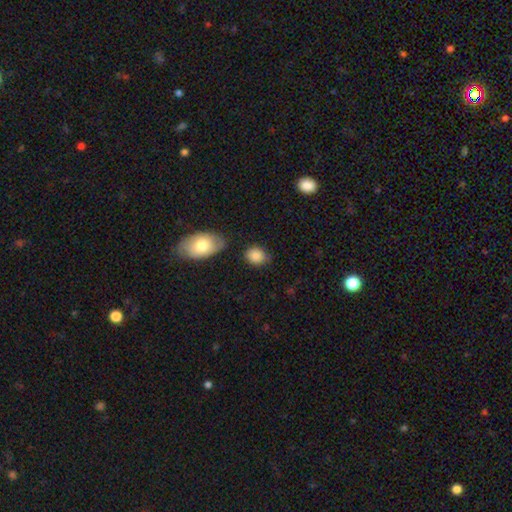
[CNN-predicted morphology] Smooth or featured? smooth (85%)
How rounded? in between (49%, tied with round)
Merging? none (70%)